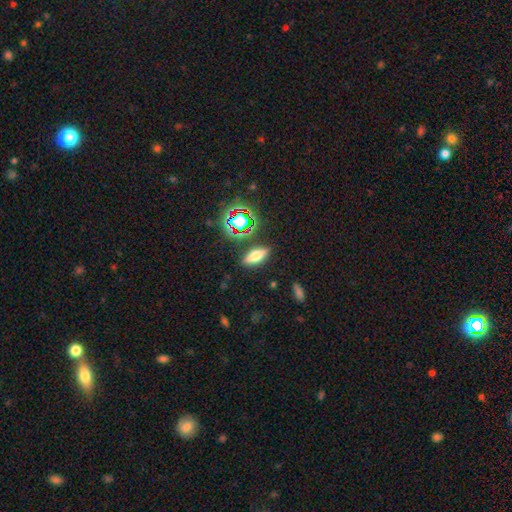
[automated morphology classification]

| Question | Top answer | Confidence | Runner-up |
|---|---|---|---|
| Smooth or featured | smooth | 62% | featured or disk (20%) |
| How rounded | in between | 59% | cigar-shaped (35%) |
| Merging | none | 84% | minor disturbance (10%) |